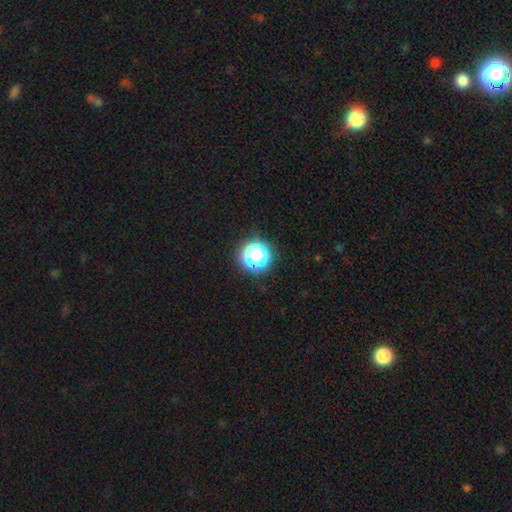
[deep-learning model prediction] Morphology: type=smooth (46%); merging=none (79%).